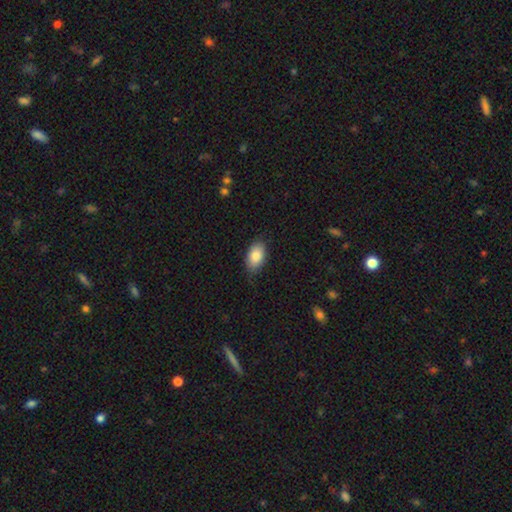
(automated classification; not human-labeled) This is clearly a smooth galaxy (85%). How rounded: clearly in between (92%). Merging: likely none (79%).